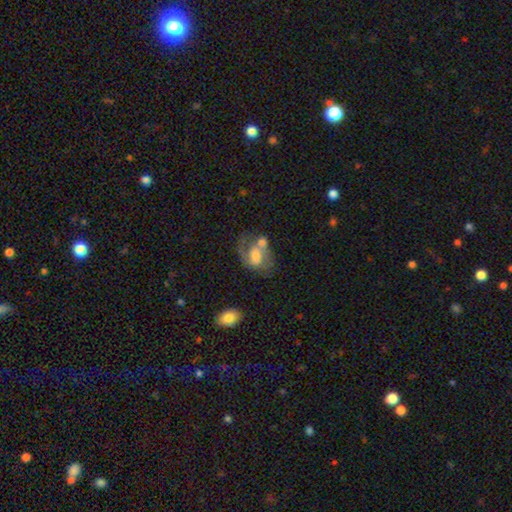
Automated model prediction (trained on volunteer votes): Smooth or featured: featured or disk — 54% (smooth — 38%)
Edge-on disk: no — 96% (yes — 4%)
Bar: no — 46% (weak — 40%)
Spiral arms: yes — 68% (no — 32%)
Bulge size: moderate — 44% (small — 22%)
Merging: merger — 34% (none — 30%)